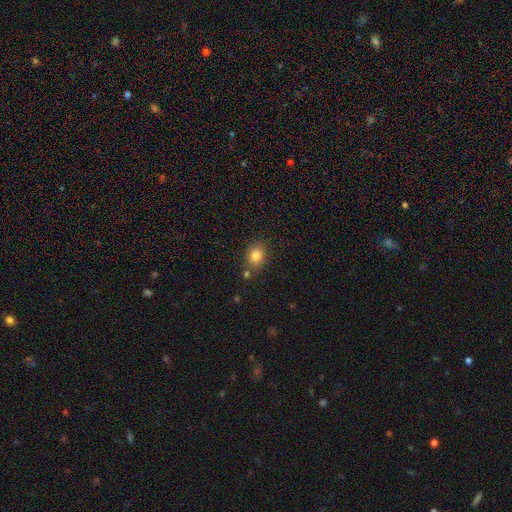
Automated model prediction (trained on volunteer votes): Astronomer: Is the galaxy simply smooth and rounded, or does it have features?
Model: smooth — 82%.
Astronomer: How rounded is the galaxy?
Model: round — 54% (runner-up: in between, 45%).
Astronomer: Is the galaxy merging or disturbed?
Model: none — 79%.